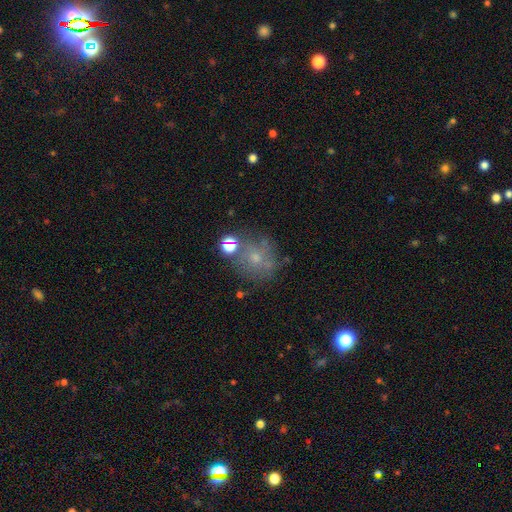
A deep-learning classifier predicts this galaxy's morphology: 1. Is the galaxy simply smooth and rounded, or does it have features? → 46% smooth, 30% featured or disk, 23% star or artifact.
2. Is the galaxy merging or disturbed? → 61% none, 17% minor disturbance, 11% merger, 11% major disturbance.